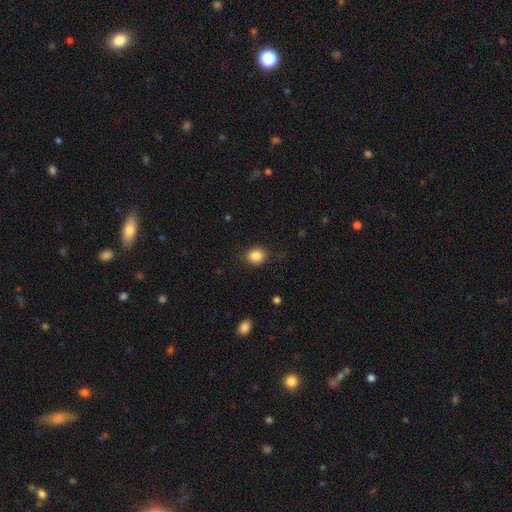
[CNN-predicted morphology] The model was most divided on "how rounded": round: 70%, in between: 29%, cigar-shaped: 1%. More confident: smooth or featured — smooth (85%); merging — none (81%).